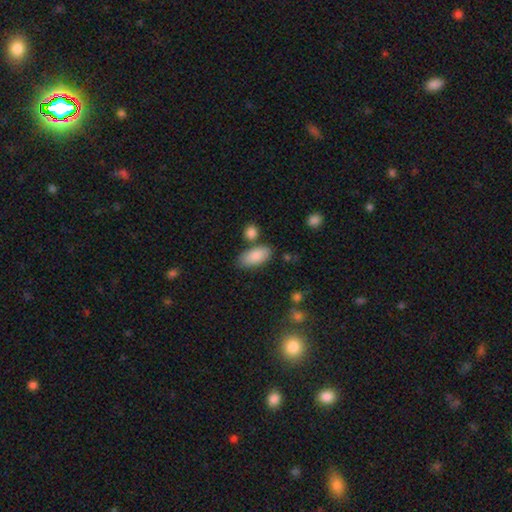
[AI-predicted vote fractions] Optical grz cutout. It shows a smooth galaxy with no disk features (86%) that is in between round and cigar-shaped (91%). Merging: none (74%).